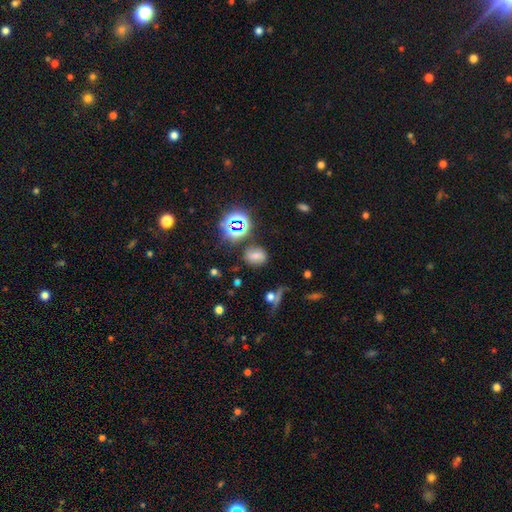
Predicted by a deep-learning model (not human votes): A smooth galaxy with no disk features (51%) that is round (52%).

Vote fractions:
- Smooth or featured? smooth: 51% / star or artifact: 30% / featured or disk: 19%
- How rounded? round: 52% / in between: 46% / cigar-shaped: 2%
- Merging? none: 74% / minor disturbance: 15% / major disturbance: 6% / merger: 5%